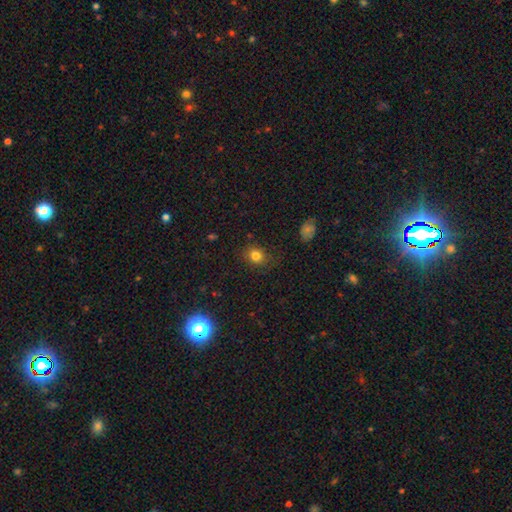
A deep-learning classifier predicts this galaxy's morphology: A smooth galaxy with no disk features (79%) that is round (68%).

Vote fractions:
- Smooth or featured? smooth: 79% / star or artifact: 14% / featured or disk: 7%
- How rounded? round: 68% / in between: 31% / cigar-shaped: 1%
- Merging? none: 81% / minor disturbance: 14% / major disturbance: 4% / merger: 1%